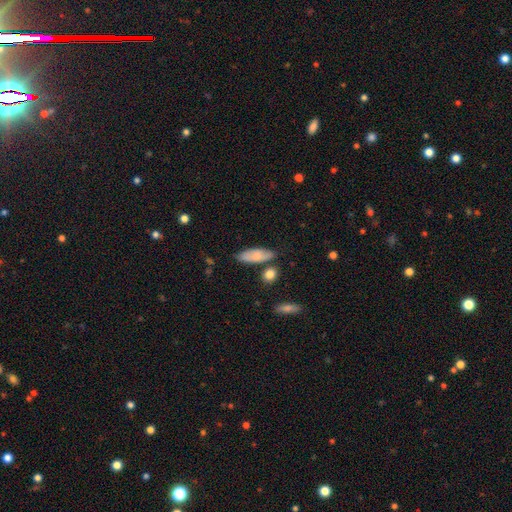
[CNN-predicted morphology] Q: Smooth or featured?
A: smooth (77%); runner-up: featured or disk (17%)
Q: How rounded?
A: in between (73%); runner-up: cigar-shaped (24%)
Q: Merging?
A: none (72%); runner-up: minor disturbance (17%)